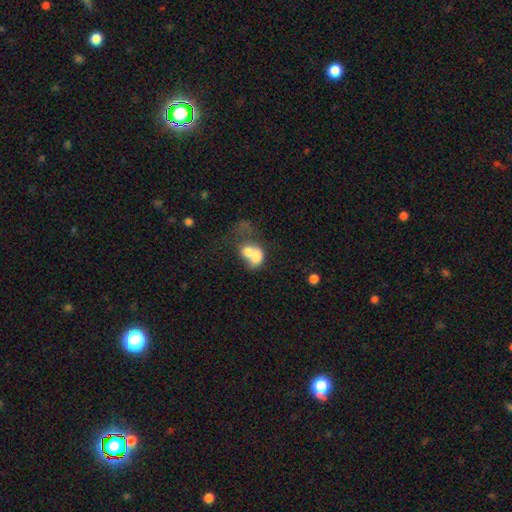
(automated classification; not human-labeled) Smooth or featured? smooth (64%)
How rounded? in between (60%)
Merging? merger (68%)